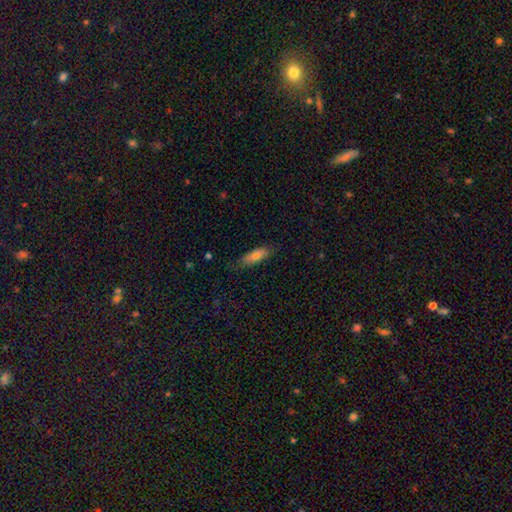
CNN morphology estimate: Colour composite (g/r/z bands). It shows a smooth galaxy with no disk features (75%) that is in between round and cigar-shaped (60%). Merging: none (74%).